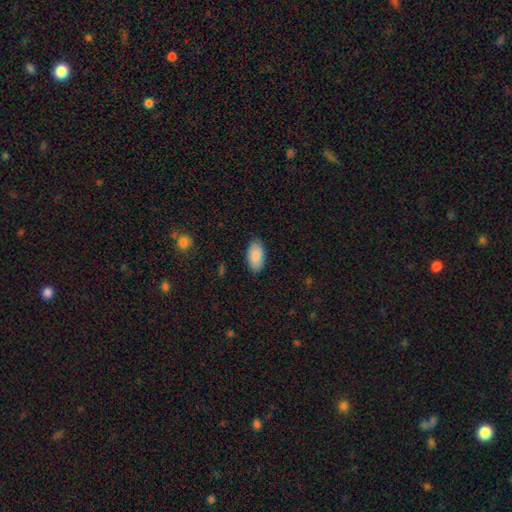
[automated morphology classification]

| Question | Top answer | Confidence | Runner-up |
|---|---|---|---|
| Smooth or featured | smooth | 86% | featured or disk (8%) |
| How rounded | in between | 95% | round (3%) |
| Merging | none | 85% | minor disturbance (11%) |